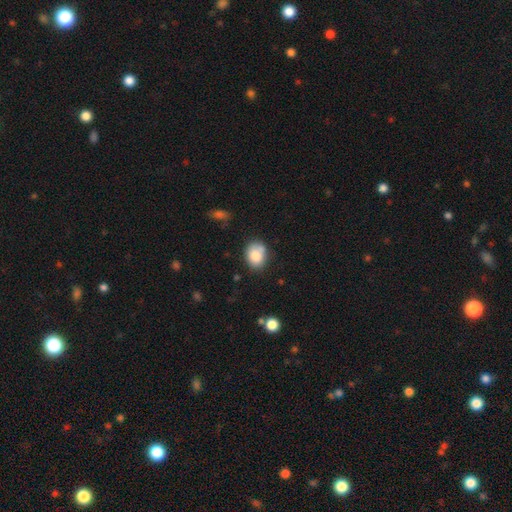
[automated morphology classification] Smooth or featured?
  - smooth: 81% *
  - featured or disk: 11%
  - star or artifact: 8%
How rounded?
  - in between: 61% *
  - round: 38%
  - cigar-shaped: 1%
Merging?
  - none: 61% *
  - minor disturbance: 22%
  - merger: 12%
  - major disturbance: 6%